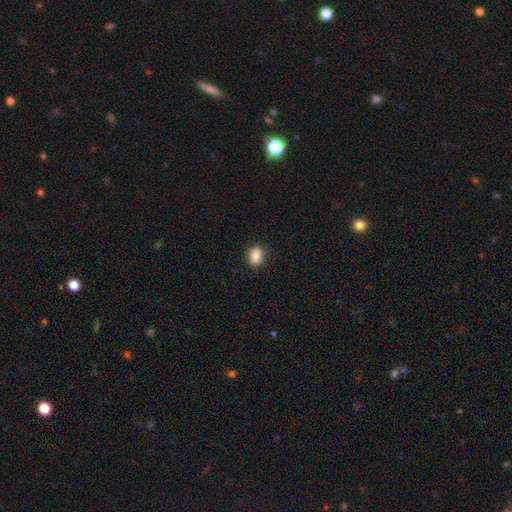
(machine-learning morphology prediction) type=smooth (89%); roundness=in between (70%); merging=none (87%).